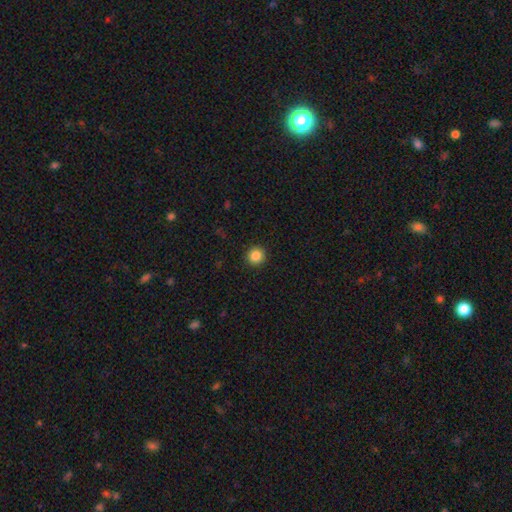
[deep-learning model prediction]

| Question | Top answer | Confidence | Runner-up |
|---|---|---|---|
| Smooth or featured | smooth | 86% | star or artifact (10%) |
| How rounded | round | 95% | in between (4%) |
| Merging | none | 93% | minor disturbance (5%) |